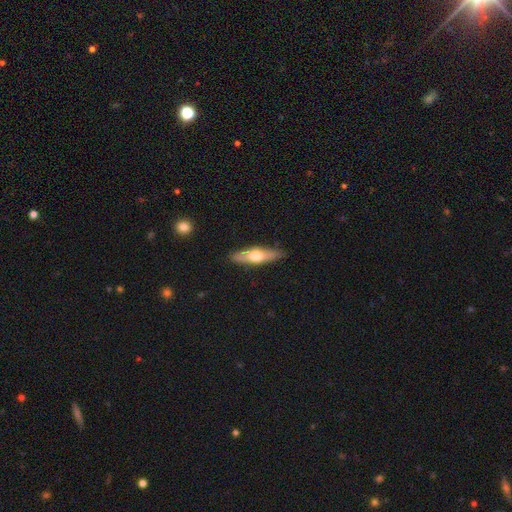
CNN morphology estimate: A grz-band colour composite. It shows a smooth galaxy with no disk features (51%) that is cigar-shaped (68%). Merging: none (87%).